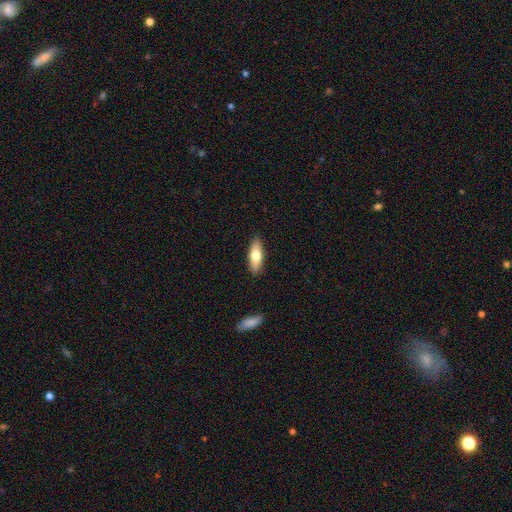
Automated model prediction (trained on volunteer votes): A smooth galaxy with no disk features (74%) that is in between round and cigar-shaped (69%). Merging: none (89%).